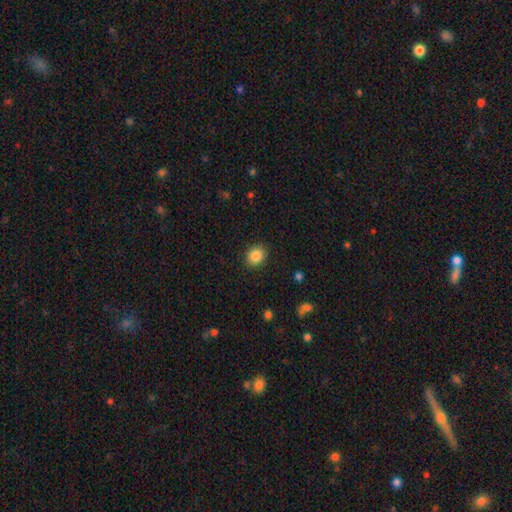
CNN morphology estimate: type=smooth (87%); roundness=round (64%); merging=none (90%).